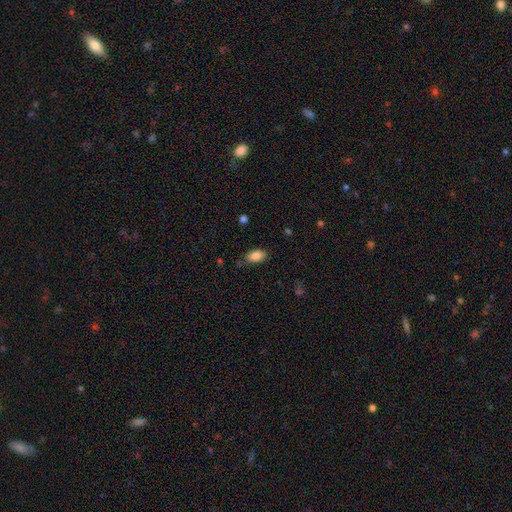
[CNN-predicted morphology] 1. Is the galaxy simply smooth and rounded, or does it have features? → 87% smooth, 8% star or artifact, 5% featured or disk.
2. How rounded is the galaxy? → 92% in between, 5% round, 3% cigar-shaped.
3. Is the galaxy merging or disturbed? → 79% none, 15% minor disturbance, 4% major disturbance, 2% merger.